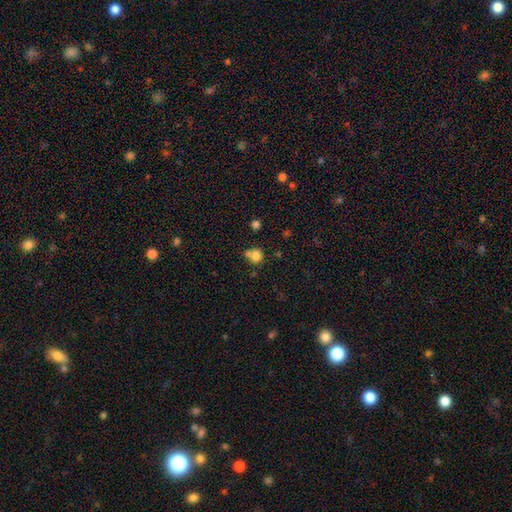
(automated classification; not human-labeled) Smooth or featured? Predicted: smooth (p=0.79). How rounded? Predicted: round (p=0.84). Merging? Predicted: none (p=0.50).